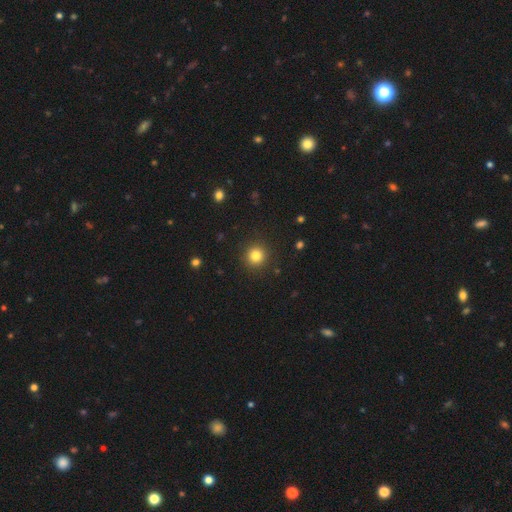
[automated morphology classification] Smooth or featured? Predicted: smooth (p=0.82). How rounded? Predicted: round (p=0.95). Merging? Predicted: none (p=0.91).